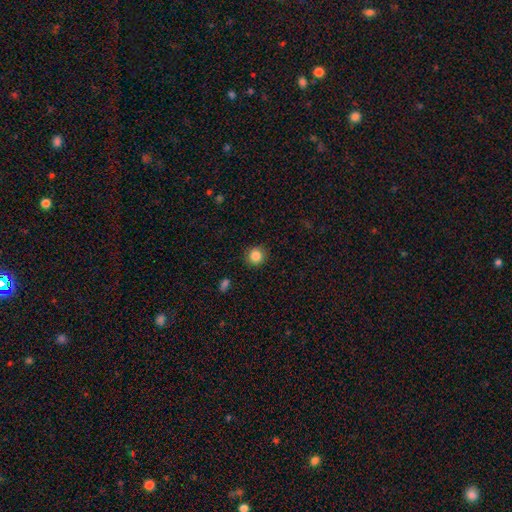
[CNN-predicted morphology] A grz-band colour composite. It shows a smooth galaxy with no disk features (85%) that is round (91%). Merging: none (90%).